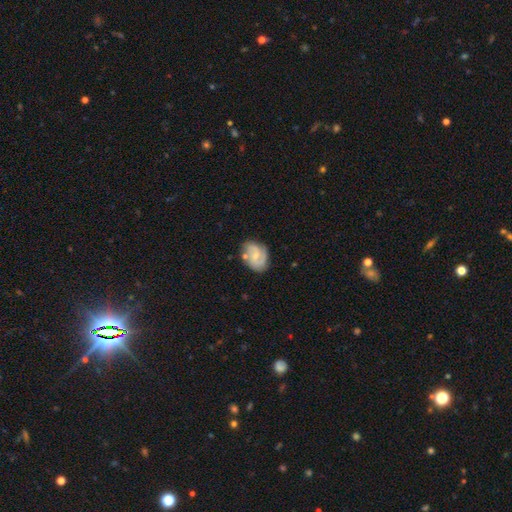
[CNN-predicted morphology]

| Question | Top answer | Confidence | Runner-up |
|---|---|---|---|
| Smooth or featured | featured or disk | 66% | smooth (27%) |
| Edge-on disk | no | 97% | yes (3%) |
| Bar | no | 53% | weak (40%) |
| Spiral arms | yes | 89% | no (11%) |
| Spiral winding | medium | 45% | tight (34%) |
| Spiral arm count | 2 | 58% | can't tell (17%) |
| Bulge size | small | 62% | moderate (29%) |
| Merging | none | 63% | minor disturbance (22%) |